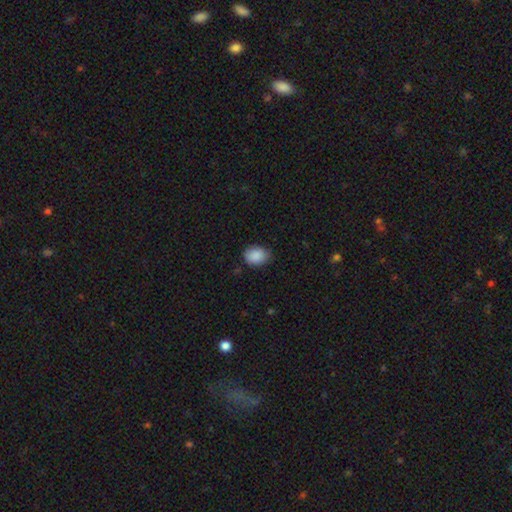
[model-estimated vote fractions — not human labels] A smooth galaxy with no disk features (89%) that is in between round and cigar-shaped (64%). Merging: none (76%).